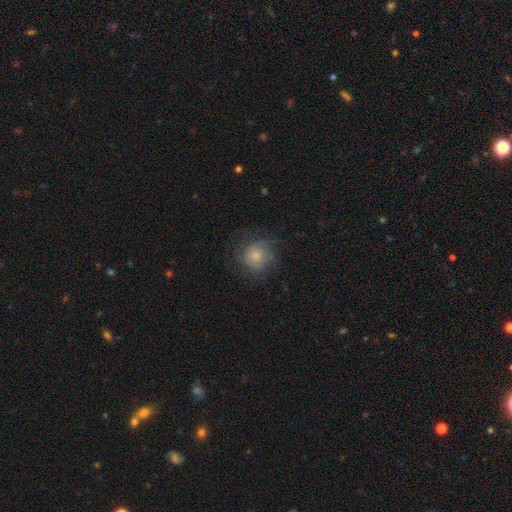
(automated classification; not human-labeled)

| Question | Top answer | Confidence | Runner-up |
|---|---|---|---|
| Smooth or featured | smooth | 54% | featured or disk (36%) |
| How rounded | round | 86% | in between (13%) |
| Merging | none | 63% | minor disturbance (22%) |